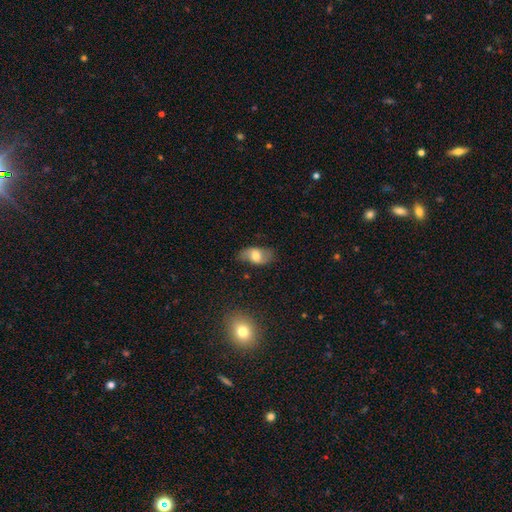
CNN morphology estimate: smooth_or_featured: smooth (p=0.55) [alt: featured or disk p=0.37]
how_rounded: in between (p=0.90) [alt: round p=0.08]
merging: none (p=0.72) [alt: minor disturbance p=0.21]